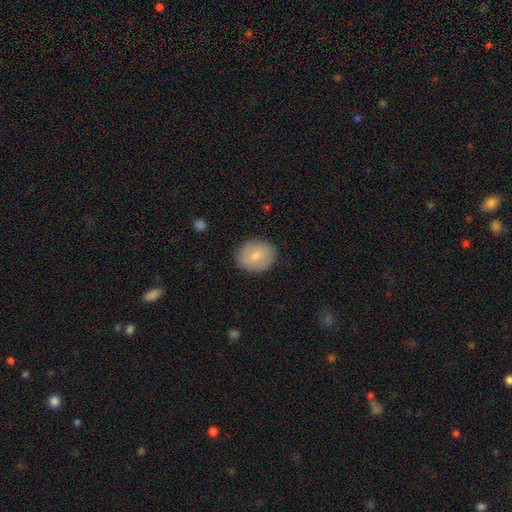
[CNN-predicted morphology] The model was most divided on "how rounded": round: 66%, in between: 33%, cigar-shaped: 1%. More confident: merging — none (86%); smooth or featured — smooth (75%).